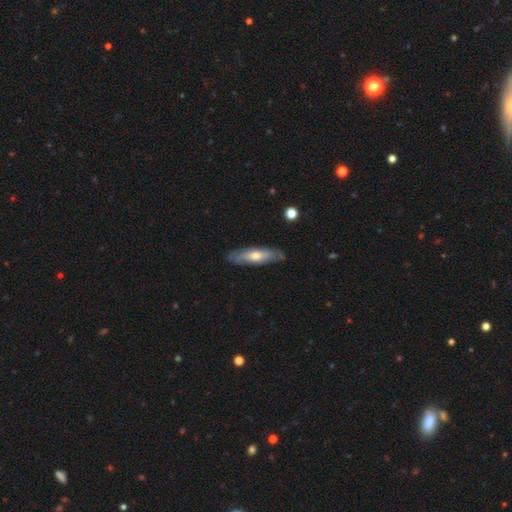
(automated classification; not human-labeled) This appears to be a featured or disk galaxy (48%). Merging: none (83%).